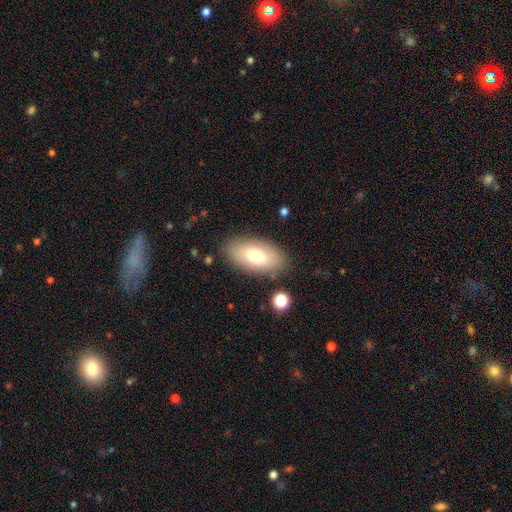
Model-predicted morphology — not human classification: Smooth or featured? Predicted: smooth (p=0.69). How rounded? Predicted: in between (p=0.92). Merging? Predicted: none (p=0.83).